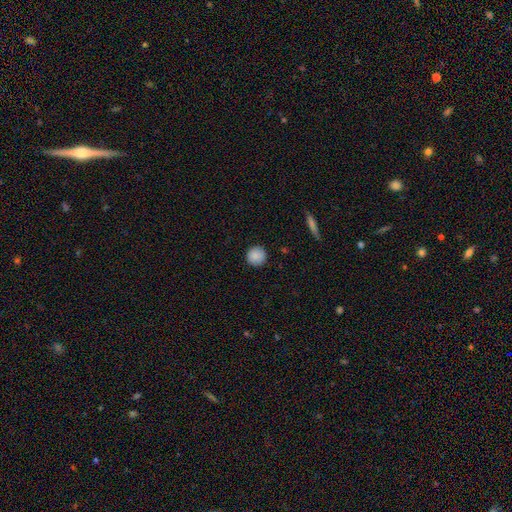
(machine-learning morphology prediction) Q: Smooth or featured?
A: smooth (88%); runner-up: star or artifact (8%)
Q: How rounded?
A: round (95%); runner-up: in between (4%)
Q: Merging?
A: none (92%); runner-up: minor disturbance (6%)